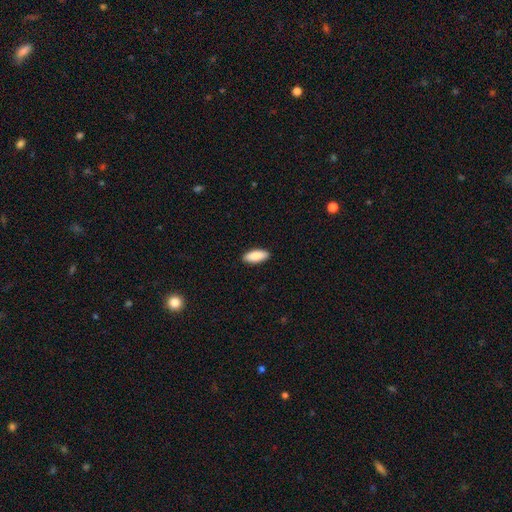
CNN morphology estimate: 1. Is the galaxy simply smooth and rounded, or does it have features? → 89% smooth, 6% featured or disk, 6% star or artifact.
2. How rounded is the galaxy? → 81% in between, 17% cigar-shaped, 2% round.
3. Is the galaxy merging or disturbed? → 90% none, 7% minor disturbance, 2% major disturbance, 1% merger.